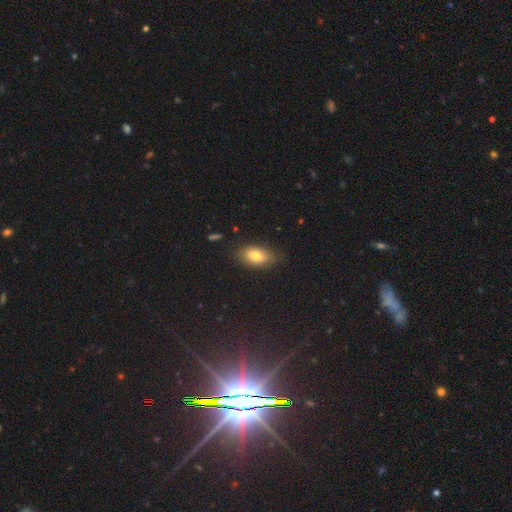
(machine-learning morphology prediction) smooth-or-featured: smooth: 78% | featured or disk: 12% | star or artifact: 10%
  how-rounded: in between: 88% | round: 8% | cigar-shaped: 4%
  merging: none: 79% | minor disturbance: 16% | major disturbance: 4% | merger: 2%